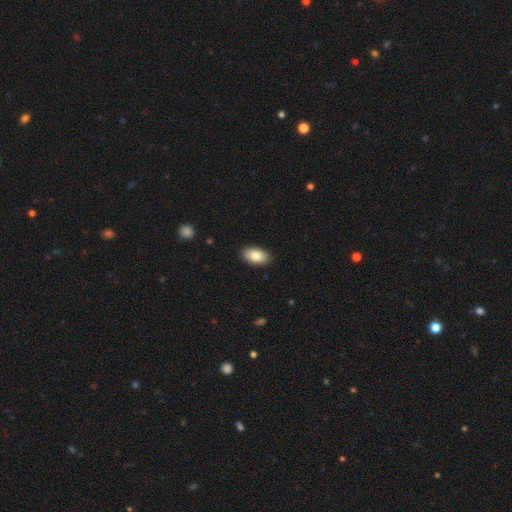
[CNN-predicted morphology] Smooth or featured? Predicted: smooth (p=0.85). How rounded? Predicted: in between (p=0.94). Merging? Predicted: none (p=0.89).